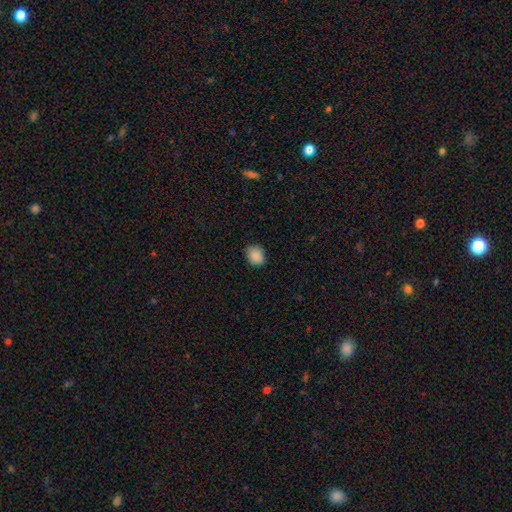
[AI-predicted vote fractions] Q: Smooth or featured?
A: smooth (88%); runner-up: star or artifact (9%)
Q: How rounded?
A: round (52%); runner-up: in between (48%)
Q: Merging?
A: none (85%); runner-up: minor disturbance (12%)